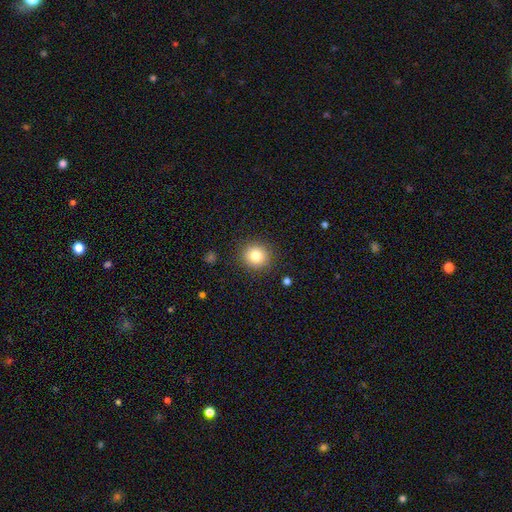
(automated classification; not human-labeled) Smooth or featured?
  - smooth: 80% *
  - star or artifact: 11%
  - featured or disk: 9%
How rounded?
  - round: 90% *
  - in between: 9%
  - cigar-shaped: 1%
Merging?
  - none: 89% *
  - minor disturbance: 7%
  - major disturbance: 3%
  - merger: 1%